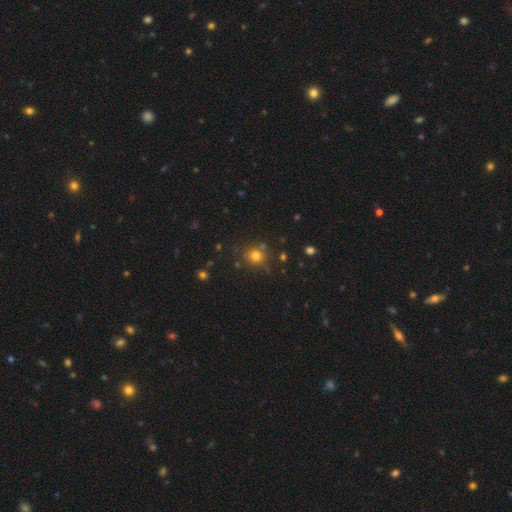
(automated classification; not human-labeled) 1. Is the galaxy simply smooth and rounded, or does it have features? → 77% smooth, 16% star or artifact, 7% featured or disk.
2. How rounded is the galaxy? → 89% round, 10% in between, 1% cigar-shaped.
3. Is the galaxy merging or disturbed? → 77% none, 12% minor disturbance, 7% merger, 4% major disturbance.